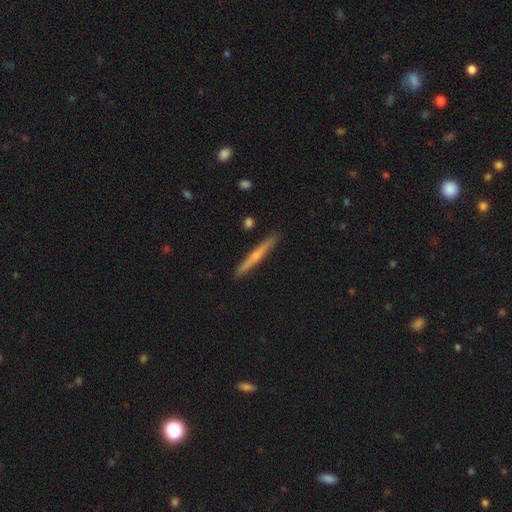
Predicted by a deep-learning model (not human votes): Smooth or featured? Predicted: featured or disk (p=0.59). Edge-on disk? Predicted: yes (p=0.97). Edge-on bulge? Predicted: rounded (p=0.70). Merging? Predicted: none (p=0.91).